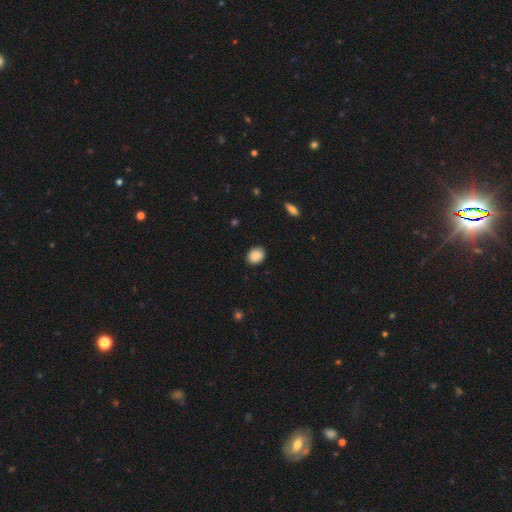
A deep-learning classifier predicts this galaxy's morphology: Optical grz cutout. It shows a smooth galaxy with no disk features (88%) that is in between round and cigar-shaped (53%). Merging: none (88%).